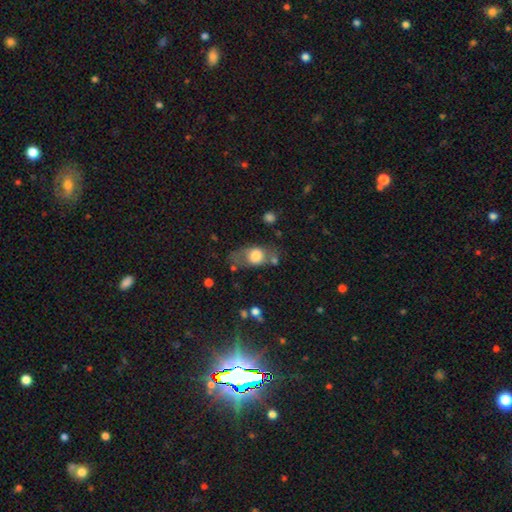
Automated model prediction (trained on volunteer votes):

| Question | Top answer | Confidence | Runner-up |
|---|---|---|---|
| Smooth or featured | smooth | 69% | featured or disk (23%) |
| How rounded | in between | 64% | round (33%) |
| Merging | none | 49% | minor disturbance (25%) |